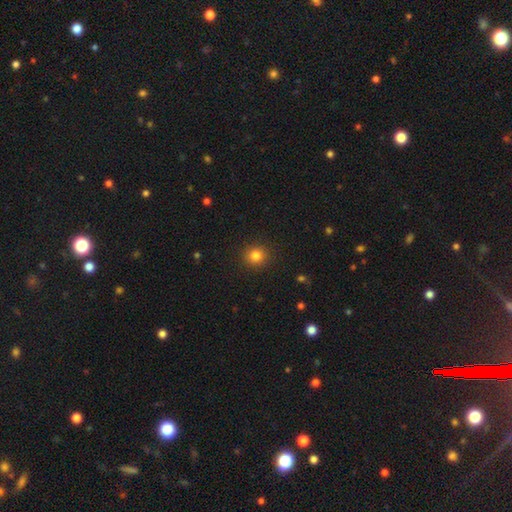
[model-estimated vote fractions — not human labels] Smooth or featured?
  - smooth: 83% *
  - star or artifact: 12%
  - featured or disk: 5%
How rounded?
  - round: 90% *
  - in between: 9%
  - cigar-shaped: 1%
Merging?
  - none: 91% *
  - minor disturbance: 6%
  - major disturbance: 2%
  - merger: 1%